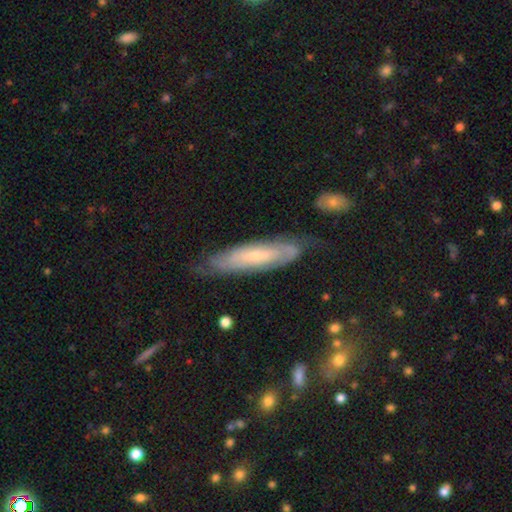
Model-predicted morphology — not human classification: Smooth or featured: featured or disk — 63% (smooth — 31%)
Edge-on disk: no — 64% (yes — 36%)
Merging: none — 68% (minor disturbance — 22%)